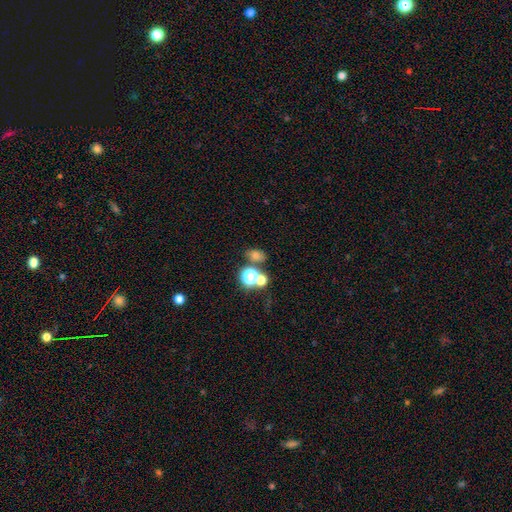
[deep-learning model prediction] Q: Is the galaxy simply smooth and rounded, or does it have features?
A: smooth — 61%.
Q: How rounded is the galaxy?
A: in between — 52%.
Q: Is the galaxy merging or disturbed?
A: none — 63%.